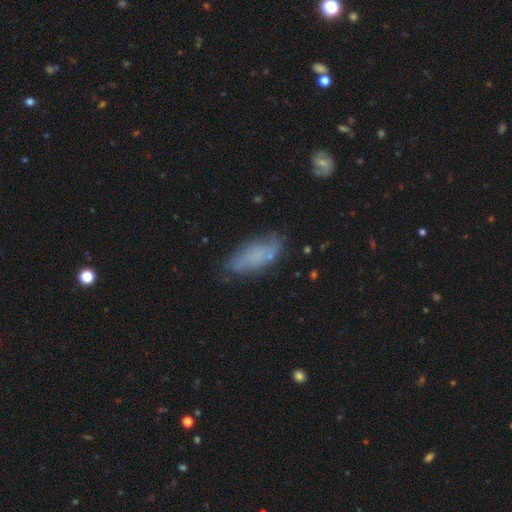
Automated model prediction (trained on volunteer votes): Smooth or featured? Predicted: smooth (p=0.58). How rounded? Predicted: in between (p=0.77). Merging? Predicted: none (p=0.61).